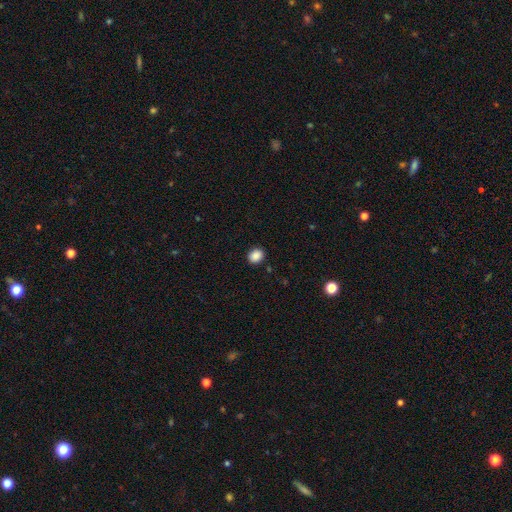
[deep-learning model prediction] Smooth or featured?
  - smooth: 88% *
  - star or artifact: 9%
  - featured or disk: 3%
How rounded?
  - round: 55% *
  - in between: 44%
  - cigar-shaped: 1%
Merging?
  - none: 90% *
  - minor disturbance: 7%
  - major disturbance: 2%
  - merger: 1%